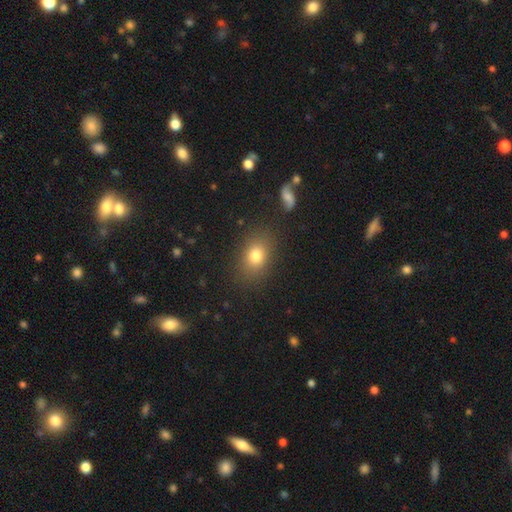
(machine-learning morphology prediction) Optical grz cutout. It shows a smooth galaxy with no disk features (78%) that is in between round and cigar-shaped (68%). Merging: none (83%).